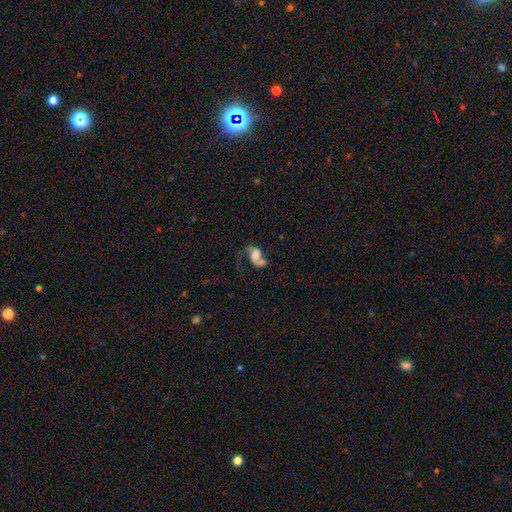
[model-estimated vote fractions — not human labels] smooth-or-featured: featured or disk: 58% | smooth: 32% | star or artifact: 10%
  disk-edge-on: no: 97% | yes: 3%
    bar: no: 64% | weak: 27% | strong: 9%
    has-spiral-arms: yes: 80% | no: 20%
    bulge-size: large: 27% (tied) | none: 27% (tied) | moderate: 21% | small: 16% | dominant: 8%
  merging: major disturbance: 31% (tied) | none: 31% (tied) | merger: 20% | minor disturbance: 18%